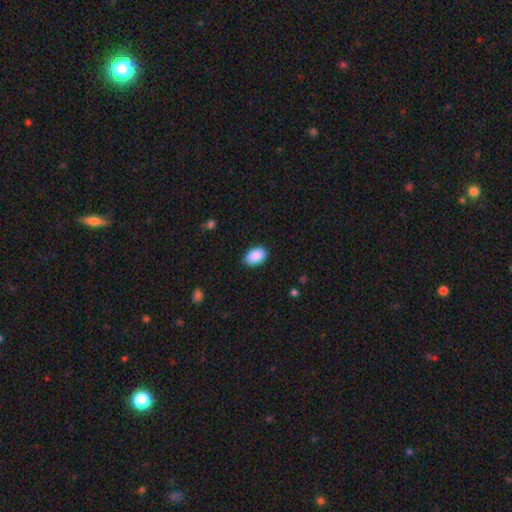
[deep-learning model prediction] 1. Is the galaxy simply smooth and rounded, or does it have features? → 90% smooth, 6% star or artifact, 3% featured or disk.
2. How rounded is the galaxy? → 90% in between, 9% round, 1% cigar-shaped.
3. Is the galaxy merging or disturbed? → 85% none, 12% minor disturbance, 2% major disturbance, 1% merger.